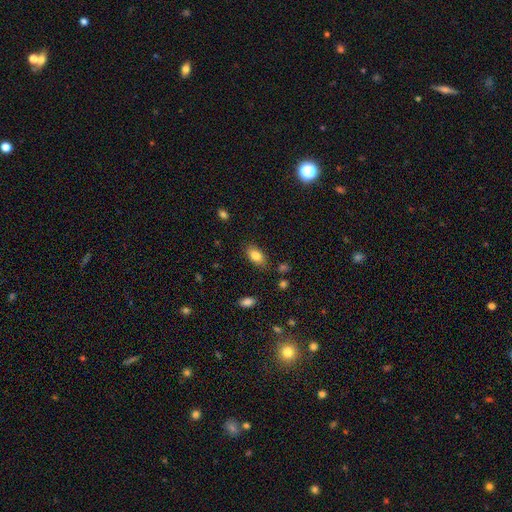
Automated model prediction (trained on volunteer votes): The model was most divided on "merging": none: 82%, minor disturbance: 13%, major disturbance: 3%, merger: 2%. More confident: how rounded — in between (91%); smooth or featured — smooth (84%).